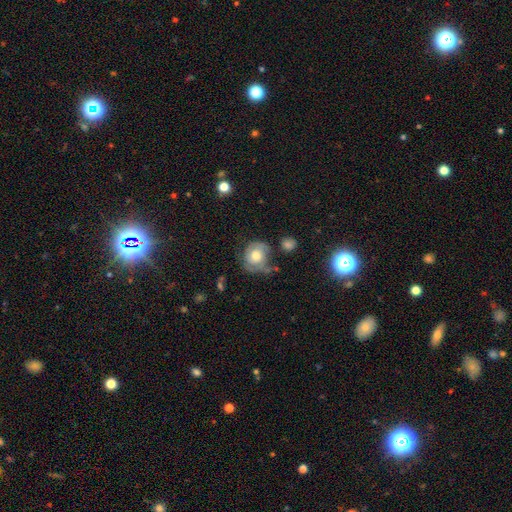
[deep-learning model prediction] Q: Smooth or featured?
A: featured or disk (53%); runner-up: smooth (39%)
Q: Edge-on disk?
A: no (97%); runner-up: yes (3%)
Q: Bar?
A: no (82%); runner-up: weak (15%)
Q: Spiral arms?
A: yes (70%); runner-up: no (30%)
Q: Bulge size?
A: moderate (60%); runner-up: large (27%)
Q: Merging?
A: none (46%); runner-up: minor disturbance (27%)